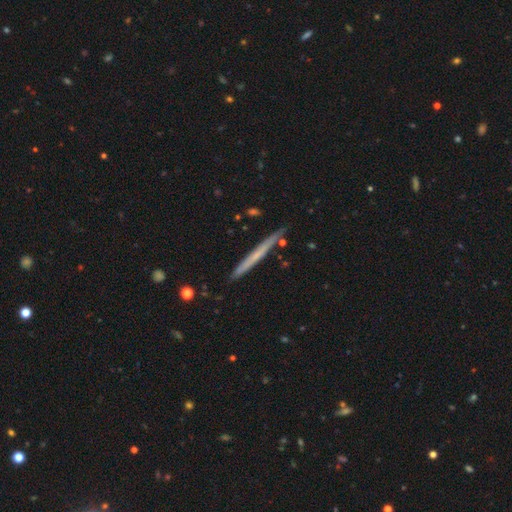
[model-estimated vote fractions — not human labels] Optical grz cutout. It shows a featured or disk galaxy (47%, tied with smooth). Merging: none (88%).